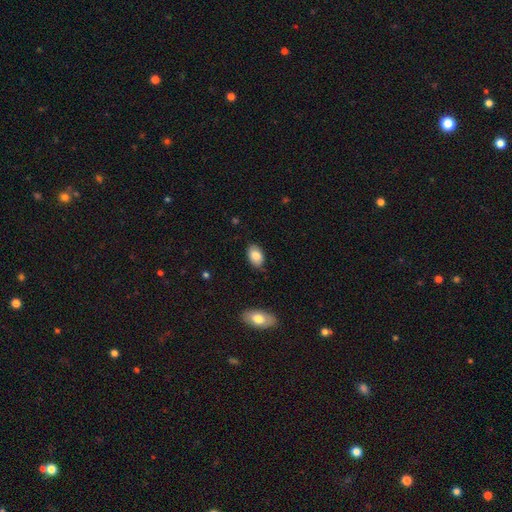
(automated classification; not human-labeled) Overall: smooth (85%). How rounded: in between (89%). Merging: none (82%).